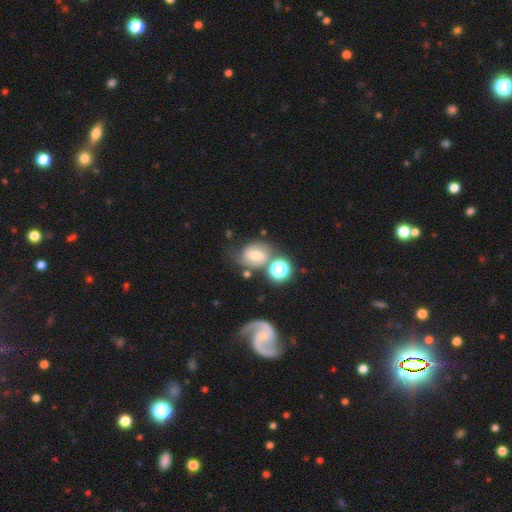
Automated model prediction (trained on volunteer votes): This is likely a featured or disk galaxy (60%). It is clearly not viewed edge-on (96%). Bar: possibly weak (50%). Spiral arm pattern: clearly yes (90%). Spiral arm count: likely 2 (77%). Spiral winding: possibly medium (50%). Central bulge: possibly moderate (46%). Merging: possibly none (53%).